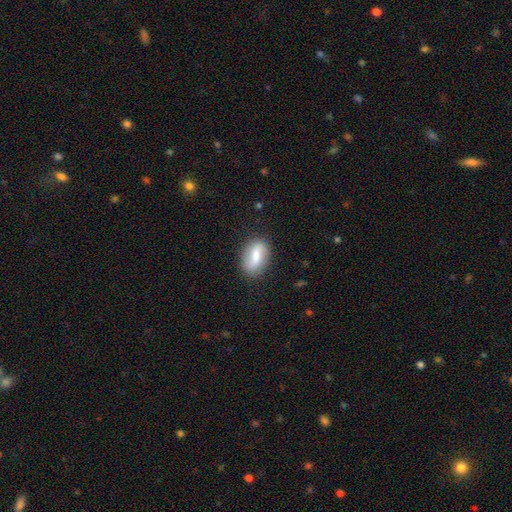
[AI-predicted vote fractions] smooth 59%, featured or disk 34%, star or artifact 7%. Down the decision tree: how rounded — in between (87%); merging — none (82%).